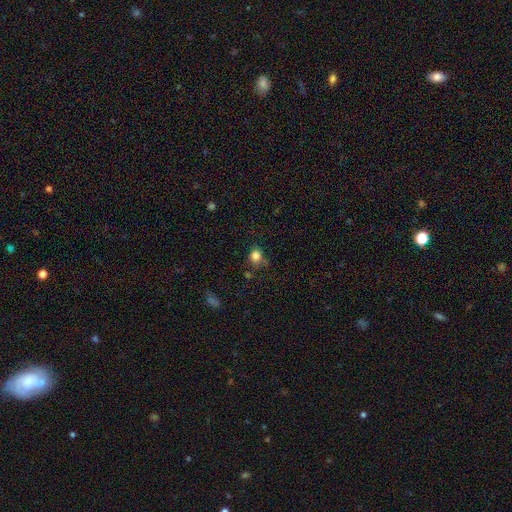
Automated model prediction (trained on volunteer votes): Smooth or featured? Predicted: smooth (p=0.82). How rounded? Predicted: round (p=0.74). Merging? Predicted: none (p=0.68).